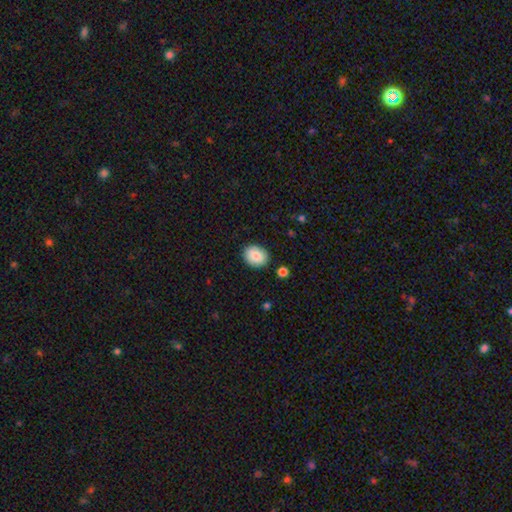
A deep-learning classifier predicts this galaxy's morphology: A smooth galaxy with no disk features (85%) that is in between round and cigar-shaped (57%). Merging: none (87%).